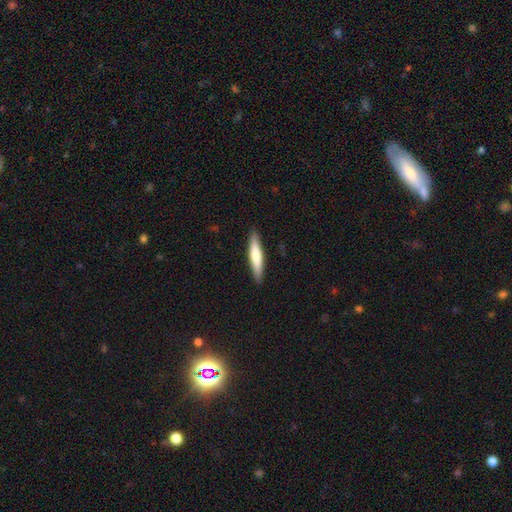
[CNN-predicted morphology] Smooth or featured? Predicted: smooth (p=0.64). How rounded? Predicted: cigar-shaped (p=0.89). Merging? Predicted: none (p=0.90).